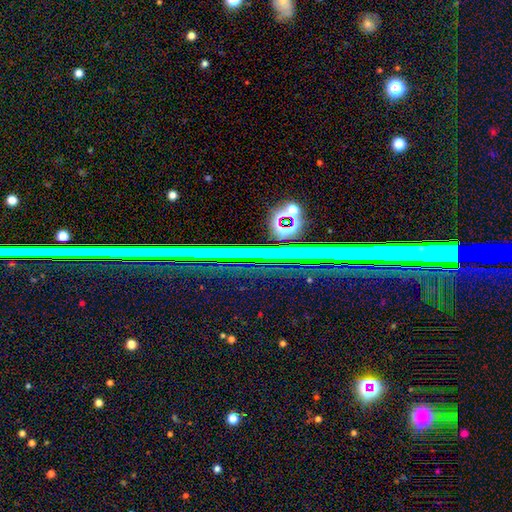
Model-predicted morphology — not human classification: smooth_or_featured: star or artifact (p=0.69) [alt: featured or disk p=0.20]